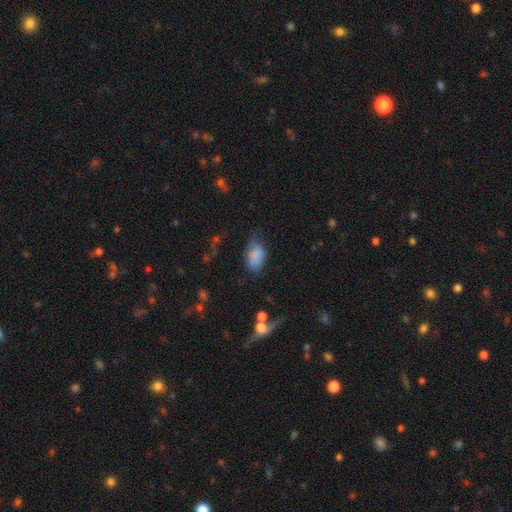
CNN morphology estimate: smooth-or-featured: smooth: 81% | featured or disk: 10% | star or artifact: 9%
  how-rounded: in between: 89% | round: 9% | cigar-shaped: 2%
  merging: none: 54% | minor disturbance: 29% | major disturbance: 13% | merger: 4%